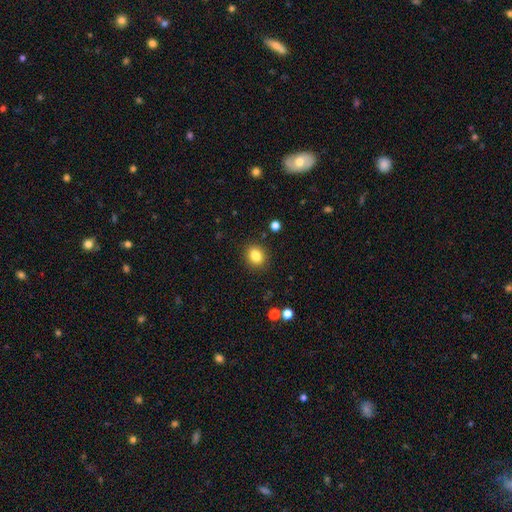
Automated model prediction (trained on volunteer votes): smooth-or-featured: smooth: 84% | star or artifact: 10% | featured or disk: 6%
  how-rounded: round: 59% | in between: 40% | cigar-shaped: 1%
  merging: none: 89% | minor disturbance: 7% | major disturbance: 2% | merger: 1%